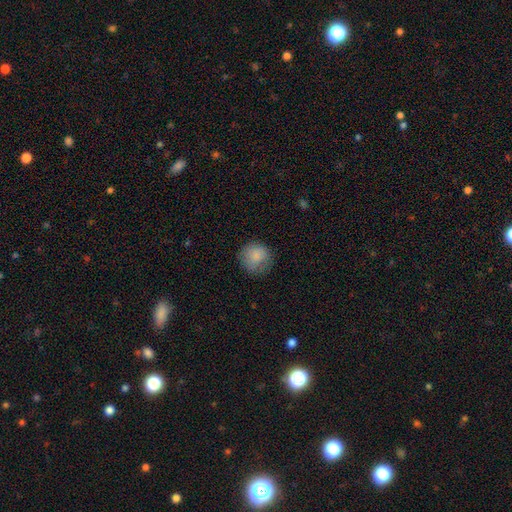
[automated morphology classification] A smooth galaxy with no disk features (85%) that is round (91%).

Vote fractions:
- Smooth or featured? smooth: 85% / star or artifact: 8% / featured or disk: 7%
- How rounded? round: 91% / in between: 8% / cigar-shaped: 1%
- Merging? none: 76% / minor disturbance: 17% / major disturbance: 6% / merger: 1%